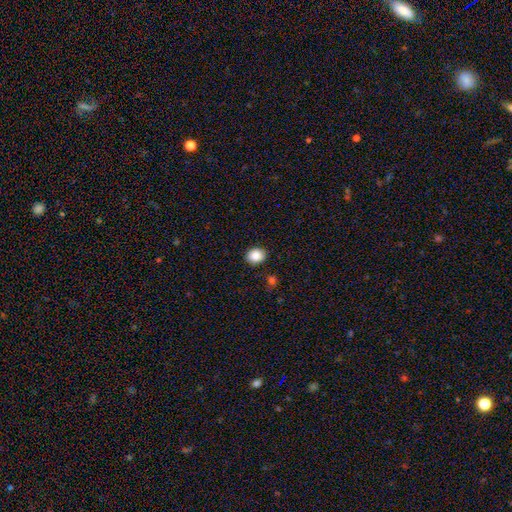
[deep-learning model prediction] This is clearly a smooth galaxy (87%). How rounded: possibly round (56%). Merging: clearly none (89%).